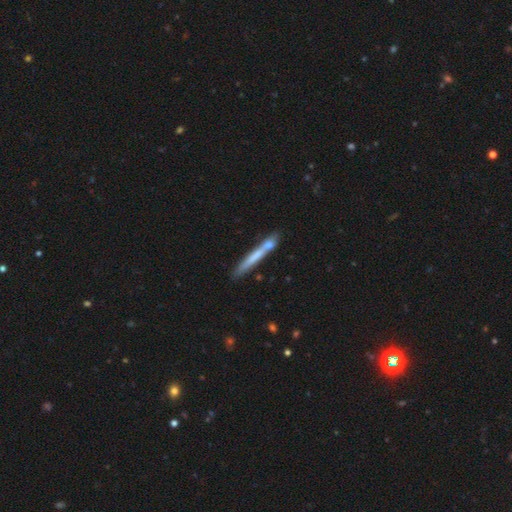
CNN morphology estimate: smooth_or_featured: smooth (p=0.58) [alt: featured or disk p=0.35]
how_rounded: cigar-shaped (p=0.96) [alt: in between p=0.03]
merging: none (p=0.68) [alt: merger p=0.15]